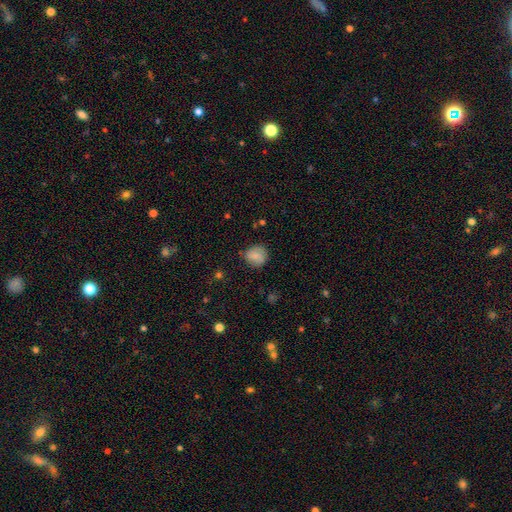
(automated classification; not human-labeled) Smooth or featured: smooth — 78% (featured or disk — 14%)
How rounded: round — 82% (in between — 17%)
Merging: none — 79% (minor disturbance — 16%)